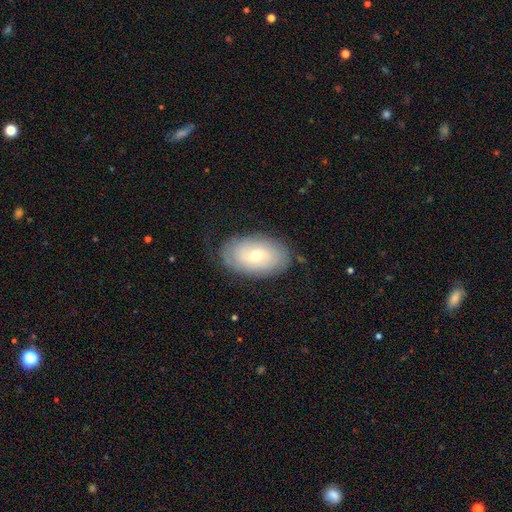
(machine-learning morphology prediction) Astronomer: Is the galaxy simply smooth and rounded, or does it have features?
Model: featured or disk — 47% (runner-up: smooth, 45%).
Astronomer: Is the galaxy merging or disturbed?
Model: none — 78%.